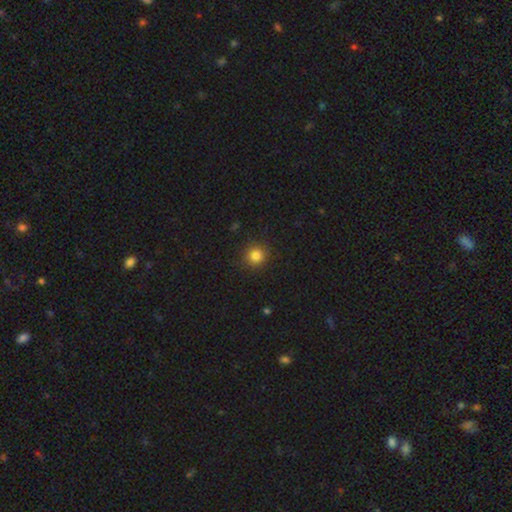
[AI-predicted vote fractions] A smooth galaxy with no disk features (83%) that is round (93%).

Vote fractions:
- Smooth or featured? smooth: 83% / star or artifact: 12% / featured or disk: 5%
- How rounded? round: 93% / in between: 6% / cigar-shaped: 1%
- Merging? none: 89% / minor disturbance: 7% / major disturbance: 2% / merger: 1%